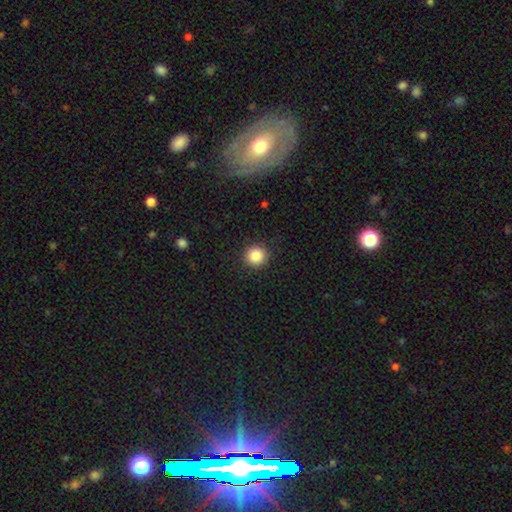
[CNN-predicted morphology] Overall: smooth (86%). How rounded: round (93%). Merging: none (91%).